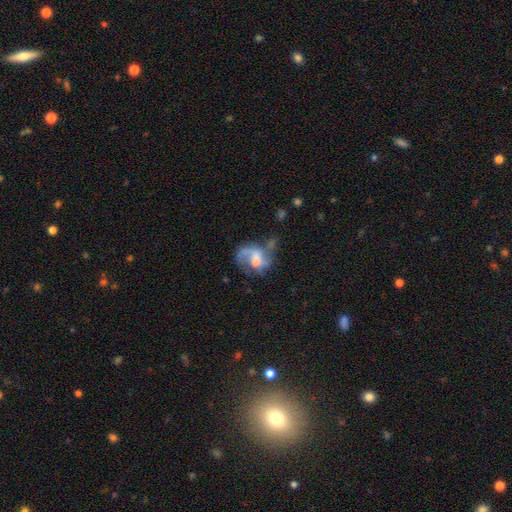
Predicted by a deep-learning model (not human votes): smooth_or_featured: featured or disk (p=0.64) [alt: smooth p=0.26]
disk_edge_on: no (p=0.97) [alt: yes p=0.03]
bar: no (p=0.50) [alt: weak p=0.40]
has_spiral_arms: yes (p=0.70) [alt: no p=0.30]
bulge_size: moderate (p=0.41) [alt: small p=0.30]
merging: major disturbance (p=0.35) [alt: none p=0.33]